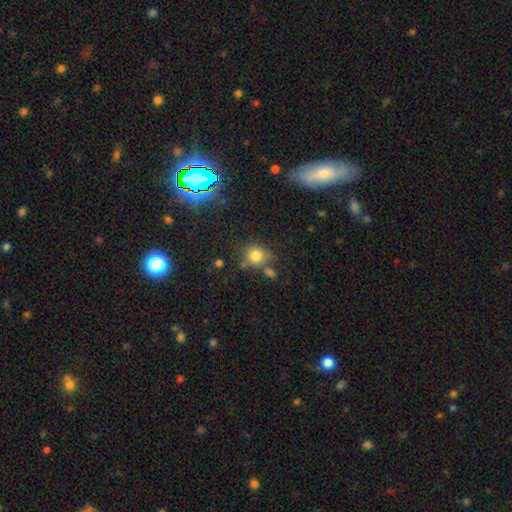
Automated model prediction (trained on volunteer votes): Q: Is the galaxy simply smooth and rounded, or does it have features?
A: smooth — 79%.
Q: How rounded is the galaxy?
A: round — 81%.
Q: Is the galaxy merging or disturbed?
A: none — 62%.